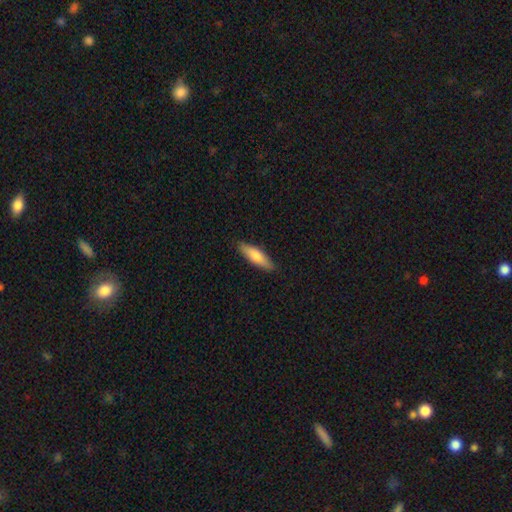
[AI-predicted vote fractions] This appears to be a smooth galaxy with no disk features (76%) that is cigar-shaped (58%). Merging: none (87%).